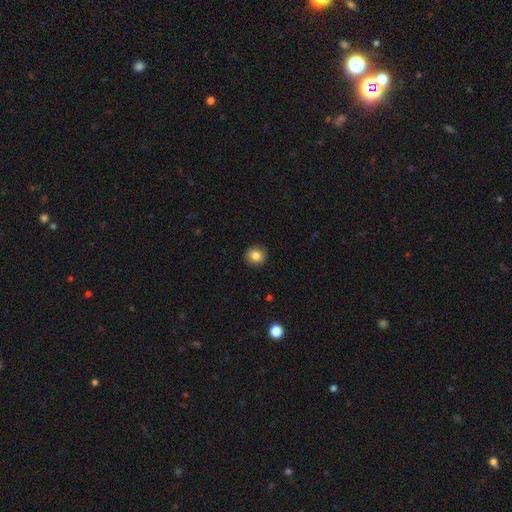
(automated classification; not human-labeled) Q: Smooth or featured?
A: smooth (84%); runner-up: star or artifact (10%)
Q: How rounded?
A: round (86%); runner-up: in between (13%)
Q: Merging?
A: none (90%); runner-up: minor disturbance (7%)